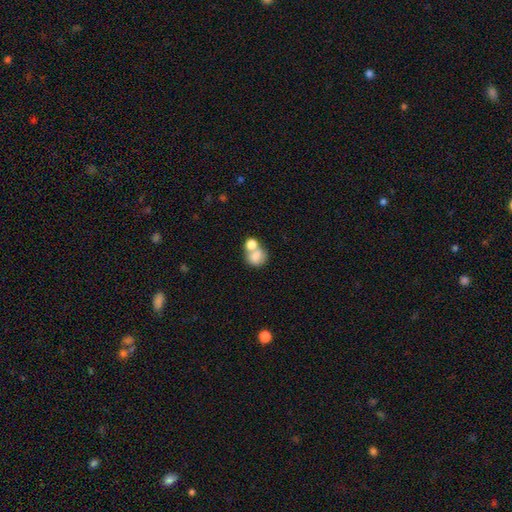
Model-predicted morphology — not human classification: A smooth galaxy with no disk features (76%) that is round (65%). Merging: merger (51%).